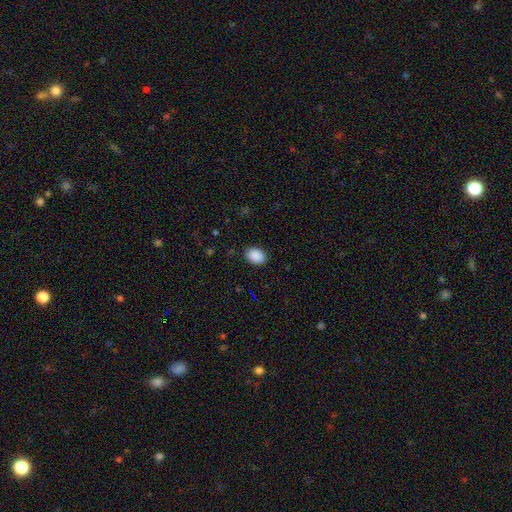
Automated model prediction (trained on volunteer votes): This is clearly a smooth galaxy (90%). How rounded: likely in between (63%). Merging: clearly none (89%).